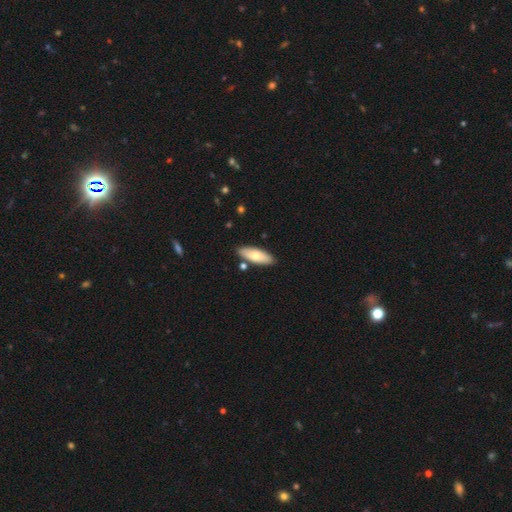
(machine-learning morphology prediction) smooth 70%, featured or disk 24%, star or artifact 6%. Down the decision tree: how rounded — in between (65%); merging — none (84%).